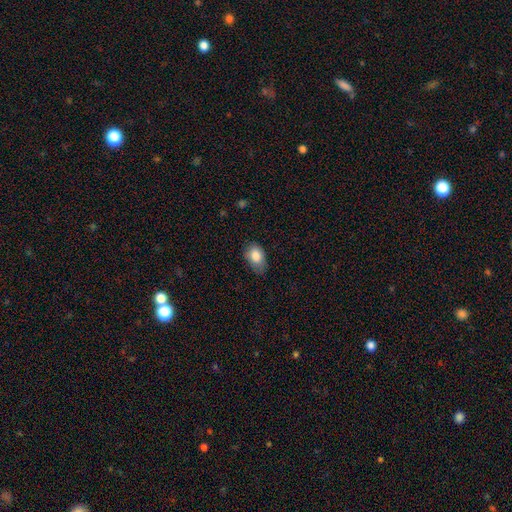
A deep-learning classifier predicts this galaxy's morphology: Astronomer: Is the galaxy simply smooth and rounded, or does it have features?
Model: smooth — 83%.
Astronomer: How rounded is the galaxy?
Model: in between — 85%.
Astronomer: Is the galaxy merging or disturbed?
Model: none — 55% (runner-up: minor disturbance, 34%).